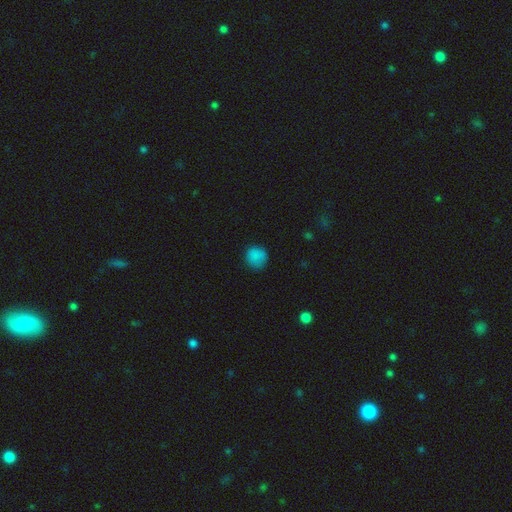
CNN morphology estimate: This is clearly a smooth galaxy (84%). How rounded: clearly round (89%). Merging: likely none (78%).